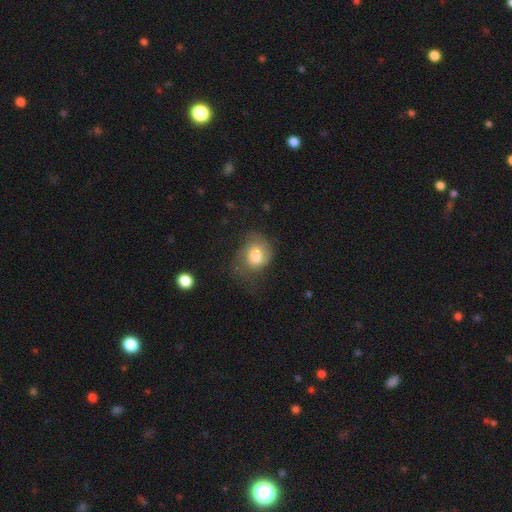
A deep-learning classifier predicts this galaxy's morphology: Overall: smooth (67%). How rounded: in between (55%; round 44%). Merging: none (36%; major disturbance 31%).